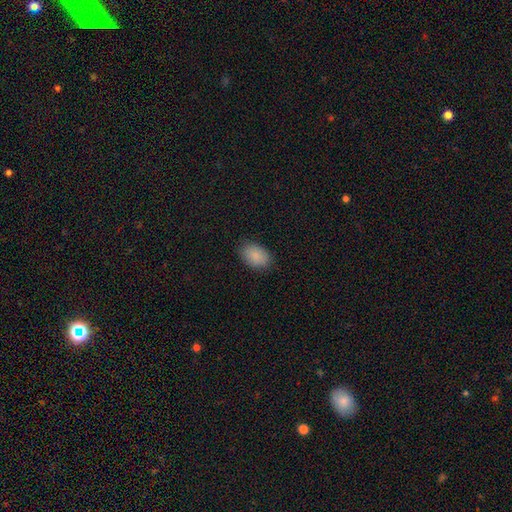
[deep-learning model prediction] Smooth or featured? Predicted: smooth (p=0.88). How rounded? Predicted: in between (p=0.87). Merging? Predicted: none (p=0.84).